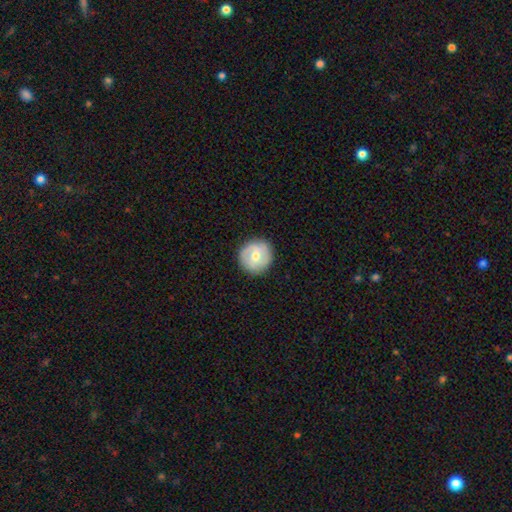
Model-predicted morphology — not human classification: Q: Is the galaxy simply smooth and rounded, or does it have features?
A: smooth — 47%.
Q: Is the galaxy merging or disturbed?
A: none — 88%.